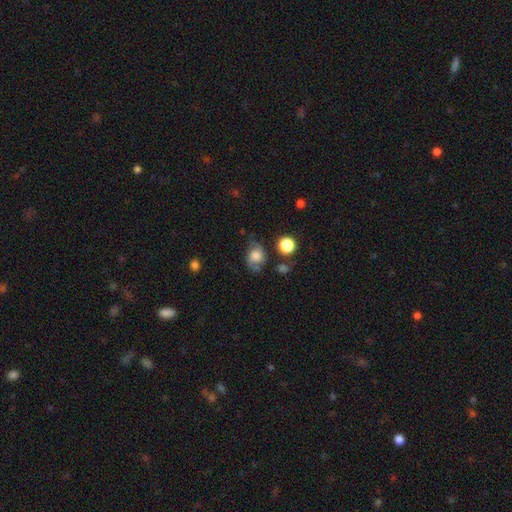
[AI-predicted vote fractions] A smooth galaxy with no disk features (56%) that is in between round and cigar-shaped (51%). Merging: none (59%).